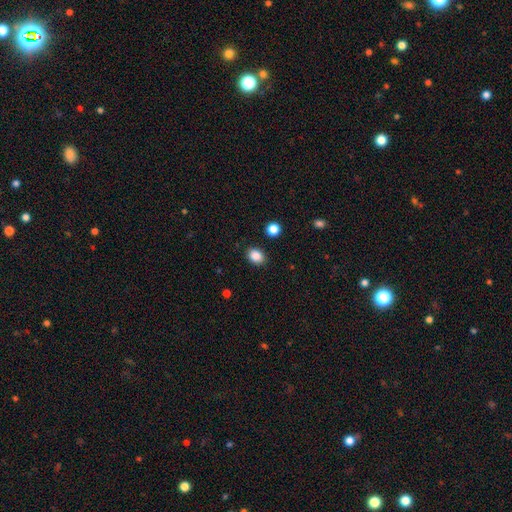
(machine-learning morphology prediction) A smooth galaxy with no disk features (87%) that is in between round and cigar-shaped (60%).

Vote fractions:
- Smooth or featured? smooth: 87% / star or artifact: 10% / featured or disk: 4%
- How rounded? in between: 60% / round: 39% / cigar-shaped: 1%
- Merging? none: 88% / minor disturbance: 8% / major disturbance: 2% / merger: 2%